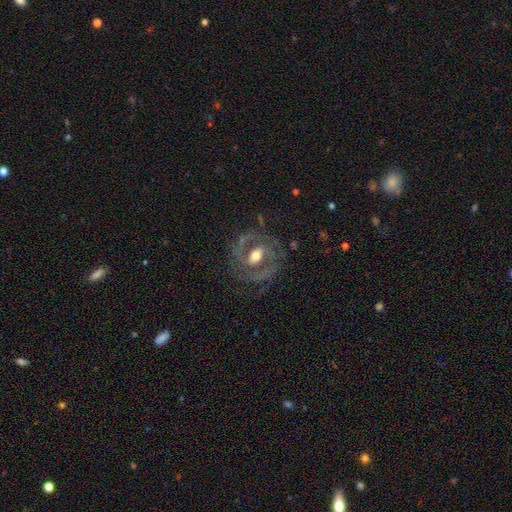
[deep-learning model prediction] featured or disk 84%, smooth 11%, star or artifact 6%. Down the decision tree: edge-on disk — no (97%); bar — weak (41%); spiral arms — yes (87%); spiral arm count — 2 (70%); spiral winding — medium (45%); bulge size — moderate (70%); merging — none (71%).